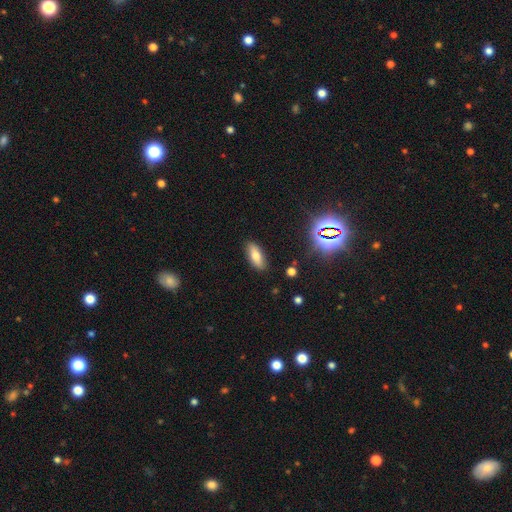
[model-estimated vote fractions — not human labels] Overall: smooth (73%). How rounded: in between (75%). Merging: none (87%).